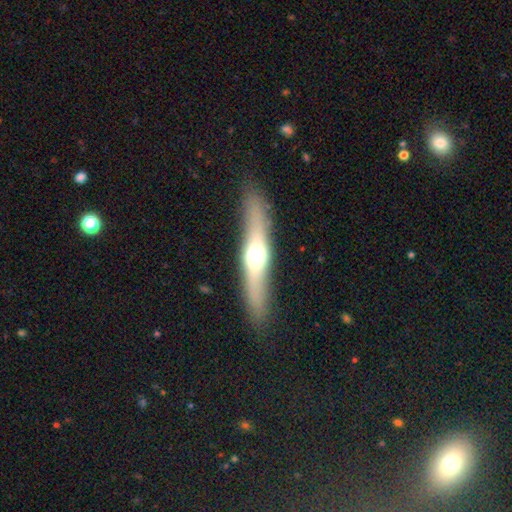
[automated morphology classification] A featured or disk galaxy (55%) viewed edge-on (89%). Merging: none (88%).